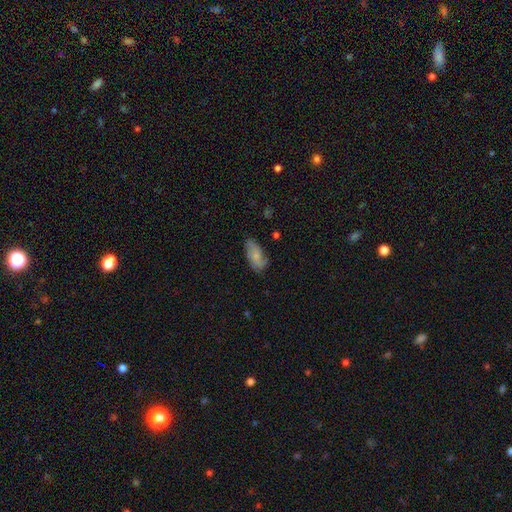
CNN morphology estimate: Smooth or featured? Predicted: smooth (p=0.60). How rounded? Predicted: in between (p=0.89). Merging? Predicted: none (p=0.68).